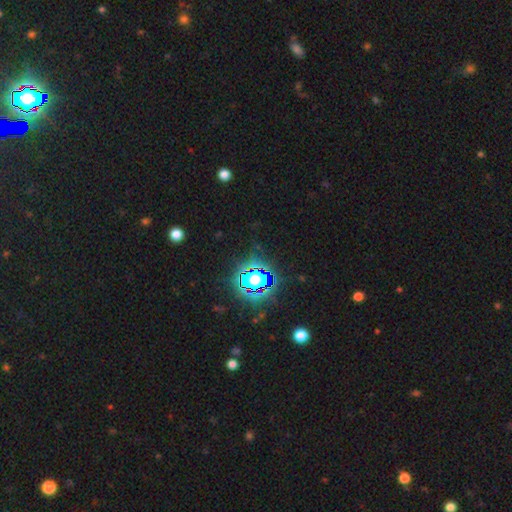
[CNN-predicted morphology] star or artifact 81%, smooth 11%, featured or disk 8%.